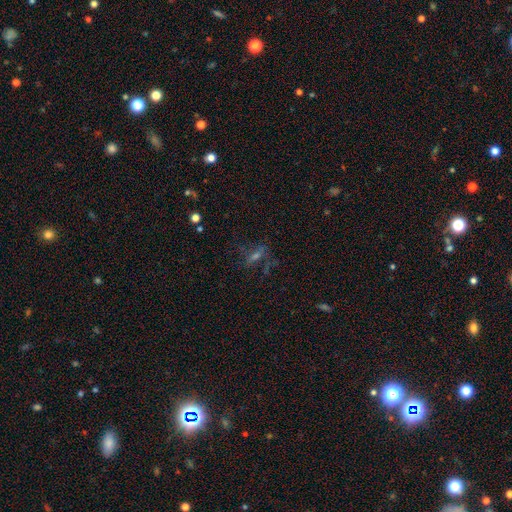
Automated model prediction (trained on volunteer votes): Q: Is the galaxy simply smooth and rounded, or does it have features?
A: featured or disk — 38%.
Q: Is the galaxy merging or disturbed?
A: none — 67%.